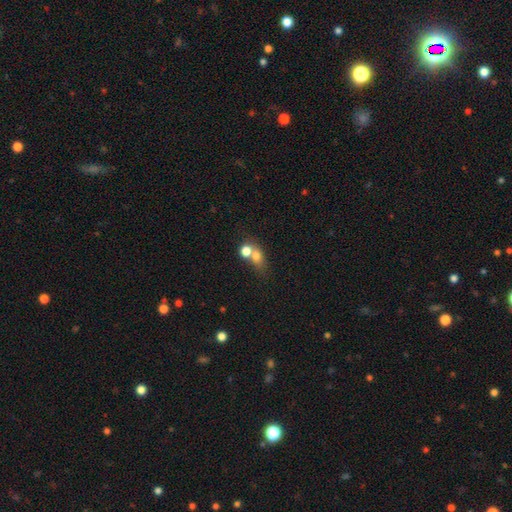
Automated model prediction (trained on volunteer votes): A smooth galaxy with no disk features (71%) that is round (55%).

Vote fractions:
- Smooth or featured? smooth: 71% / featured or disk: 16% / star or artifact: 13%
- How rounded? round: 55% / in between: 42% / cigar-shaped: 3%
- Merging? merger: 57% / none: 30% / minor disturbance: 8% / major disturbance: 5%